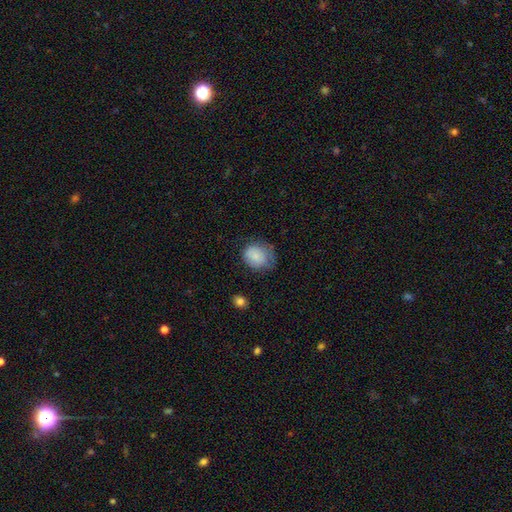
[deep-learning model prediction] The model was most divided on "merging": none: 52%, minor disturbance: 33%, major disturbance: 13%, merger: 2%. More confident: smooth or featured — smooth (82%); how rounded — round (63%).